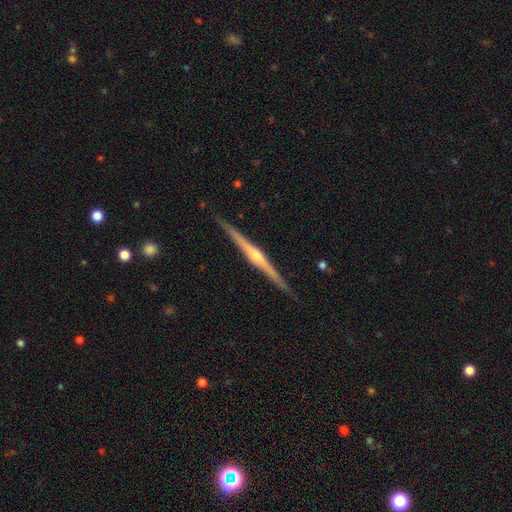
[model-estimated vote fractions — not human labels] Smooth or featured? featured or disk (85%)
Edge-on disk? yes (99%)
Edge-on bulge? rounded (87%)
Merging? none (91%)